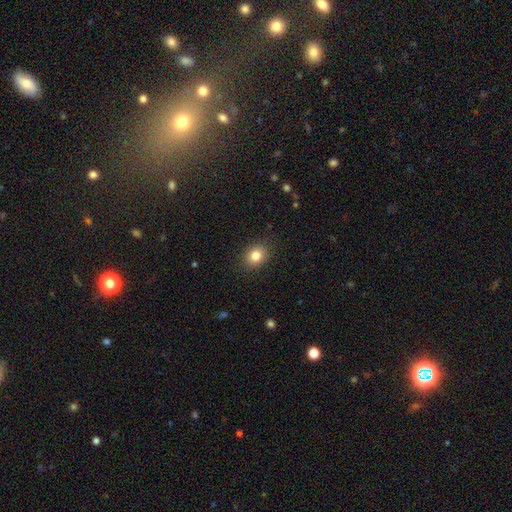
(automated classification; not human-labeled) Smooth or featured?
  - smooth: 83% *
  - star or artifact: 10%
  - featured or disk: 7%
How rounded?
  - in between: 52% *
  - round: 47%
  - cigar-shaped: 1%
Merging?
  - none: 87% *
  - minor disturbance: 9%
  - major disturbance: 3%
  - merger: 1%